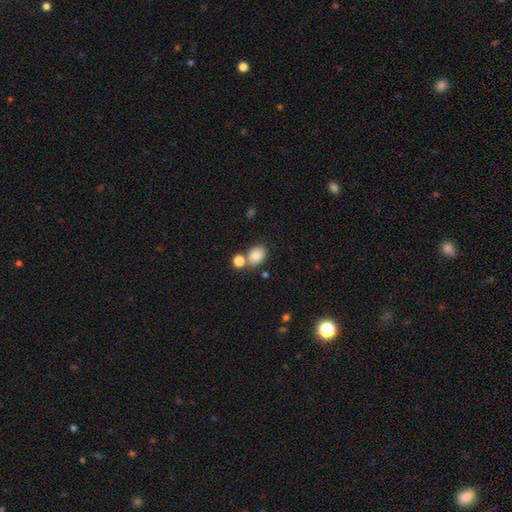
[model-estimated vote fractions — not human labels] Morphology: type=smooth (81%); roundness=in between (65%); merging=none (64%).